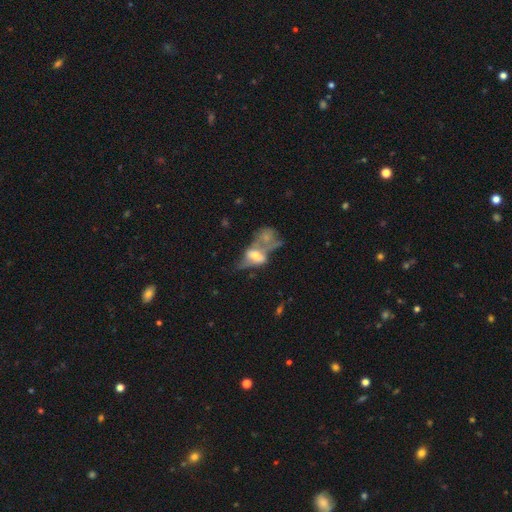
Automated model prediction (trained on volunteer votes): featured or disk 56%, smooth 34%, star or artifact 10%. Down the decision tree: edge-on disk — no (74%); merging — merger (53%).